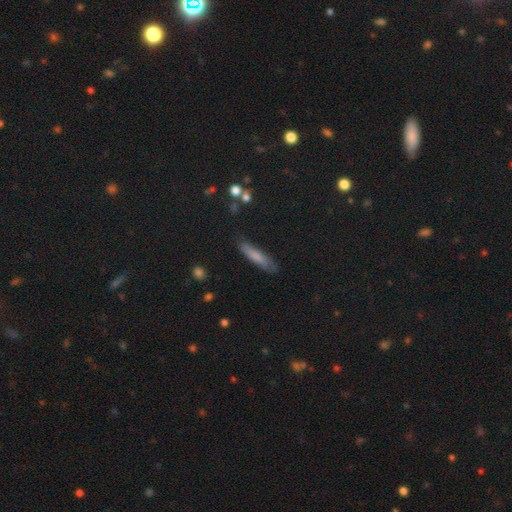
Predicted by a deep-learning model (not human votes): smooth_or_featured: smooth (p=0.74) [alt: featured or disk p=0.19]
how_rounded: cigar-shaped (p=0.83) [alt: in between p=0.16]
merging: none (p=0.80) [alt: minor disturbance p=0.15]